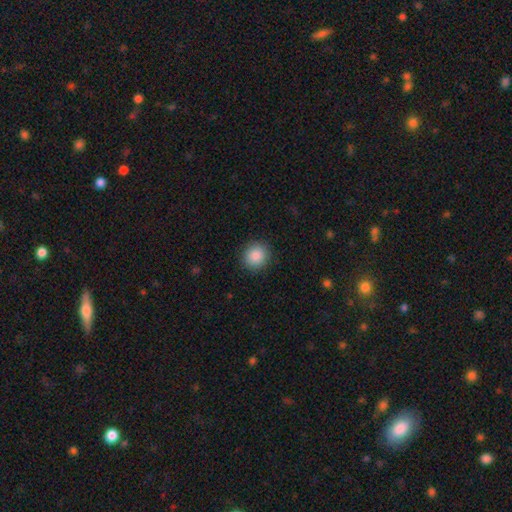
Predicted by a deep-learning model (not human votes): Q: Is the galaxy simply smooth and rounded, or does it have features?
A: smooth — 88%.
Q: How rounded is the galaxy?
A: round — 88%.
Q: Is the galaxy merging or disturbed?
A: none — 90%.